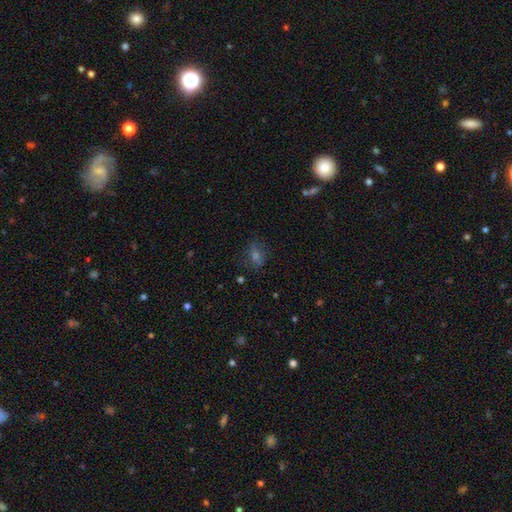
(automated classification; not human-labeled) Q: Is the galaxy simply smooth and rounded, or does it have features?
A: smooth — 45%.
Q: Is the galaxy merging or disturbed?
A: none — 72%.